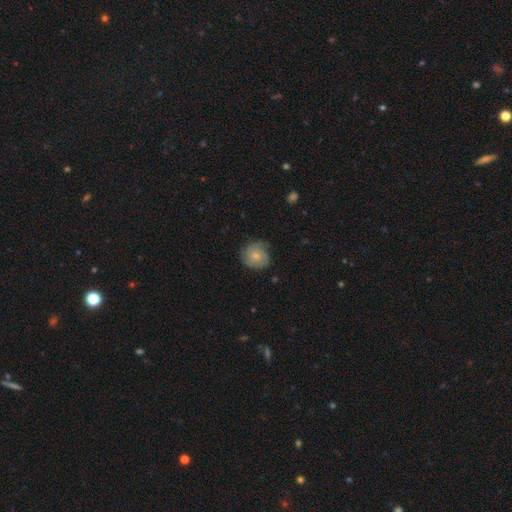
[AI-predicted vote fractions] smooth_or_featured: smooth (p=0.55) [alt: featured or disk p=0.37]
how_rounded: round (p=0.86) [alt: in between p=0.13]
merging: none (p=0.65) [alt: minor disturbance p=0.26]